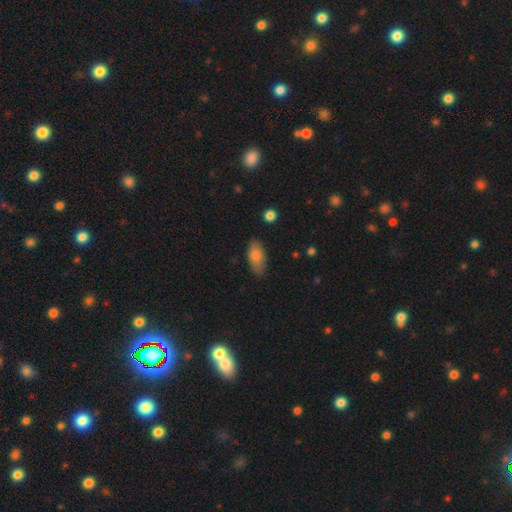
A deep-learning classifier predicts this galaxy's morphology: Overall: smooth (78%). How rounded: in between (91%). Merging: none (81%).